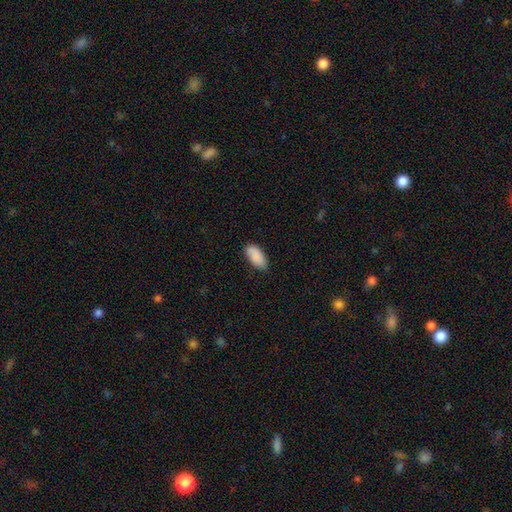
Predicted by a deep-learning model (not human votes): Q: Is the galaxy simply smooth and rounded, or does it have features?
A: smooth — 89%.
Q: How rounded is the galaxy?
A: in between — 91%.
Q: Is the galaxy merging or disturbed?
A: none — 72%.